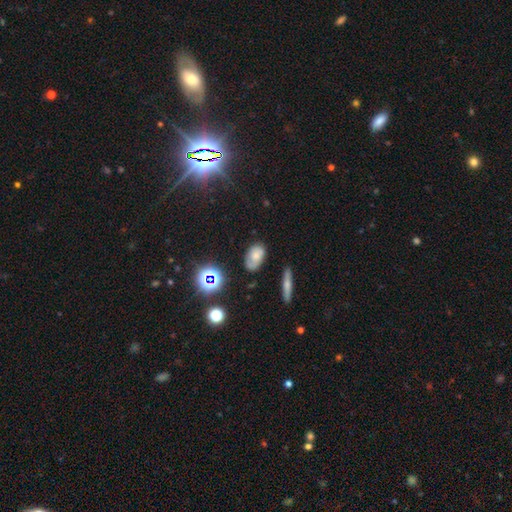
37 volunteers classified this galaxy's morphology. A smooth galaxy with no disk features (73%) that is in between round and cigar-shaped (89%). Merging: none (65%).